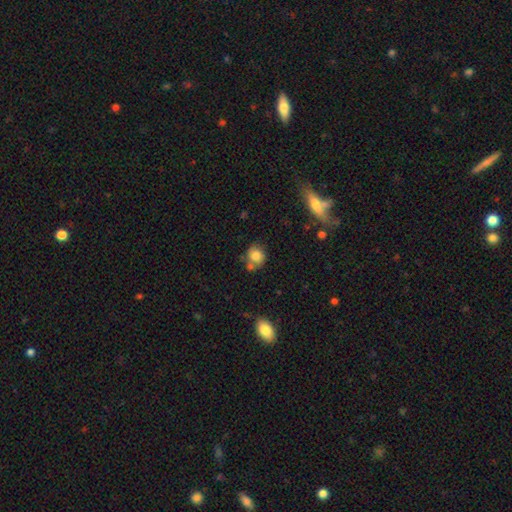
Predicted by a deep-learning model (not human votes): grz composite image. It shows a smooth galaxy with no disk features (80%) that is round (78%). Merging: none (61%).